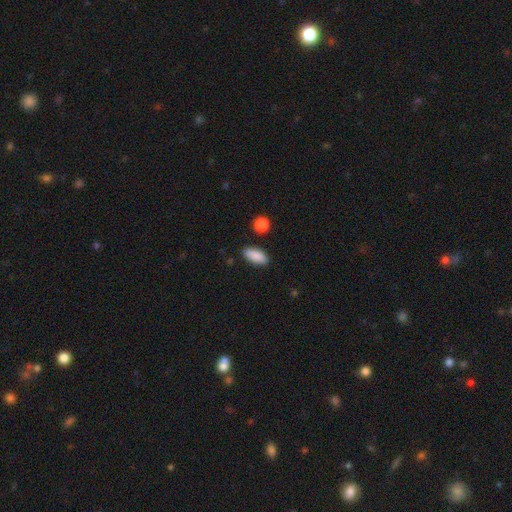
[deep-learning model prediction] This is clearly a smooth galaxy (89%). How rounded: clearly in between (83%). Merging: clearly none (86%).